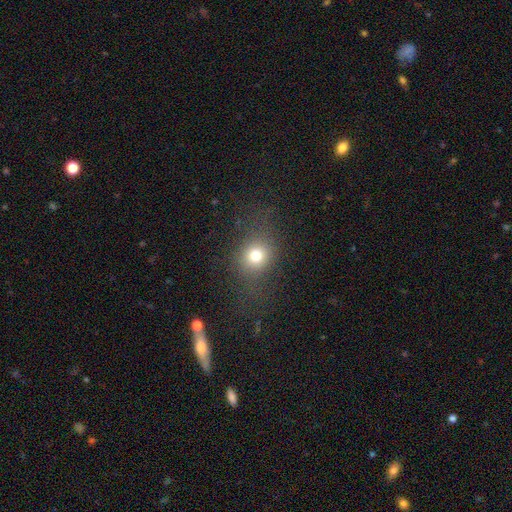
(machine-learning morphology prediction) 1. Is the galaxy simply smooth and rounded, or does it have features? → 74% smooth, 16% star or artifact, 10% featured or disk.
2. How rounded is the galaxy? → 69% round, 29% in between, 2% cigar-shaped.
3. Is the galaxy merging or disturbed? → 73% none, 14% minor disturbance, 11% major disturbance, 2% merger.